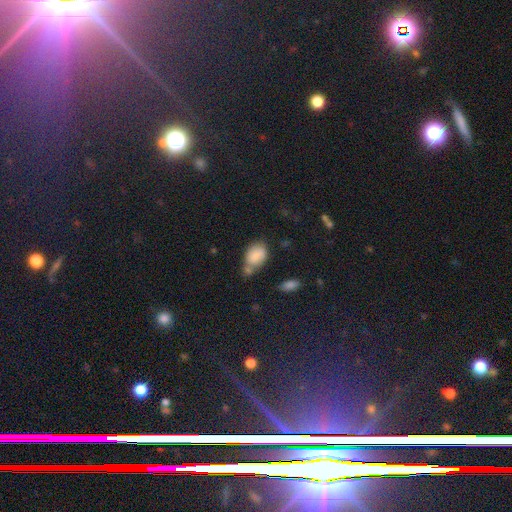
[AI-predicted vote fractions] Overall: smooth (81%). How rounded: in between (84%). Merging: none (43%; merger 28%).